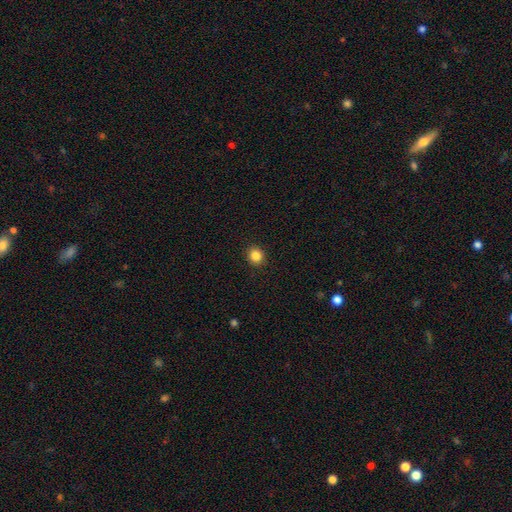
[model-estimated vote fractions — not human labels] smooth_or_featured: smooth (p=0.85) [alt: star or artifact p=0.11]
how_rounded: round (p=0.86) [alt: in between p=0.13]
merging: none (p=0.92) [alt: minor disturbance p=0.05]